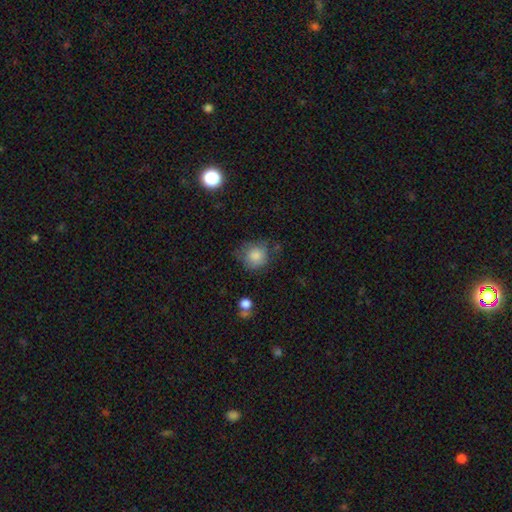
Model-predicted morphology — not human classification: This appears to be a smooth galaxy with no disk features (82%) that is round (81%). Merging: none (58%).